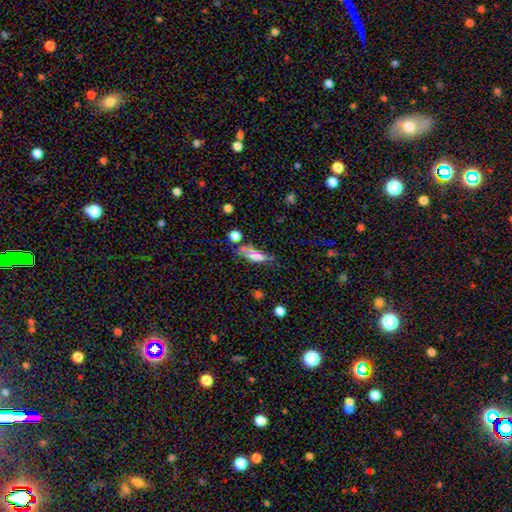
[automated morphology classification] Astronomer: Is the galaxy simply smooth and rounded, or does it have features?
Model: smooth — 68%.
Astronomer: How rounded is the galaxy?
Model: in between — 57% (runner-up: cigar-shaped, 39%).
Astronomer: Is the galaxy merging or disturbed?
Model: none — 46% (runner-up: minor disturbance, 25%).